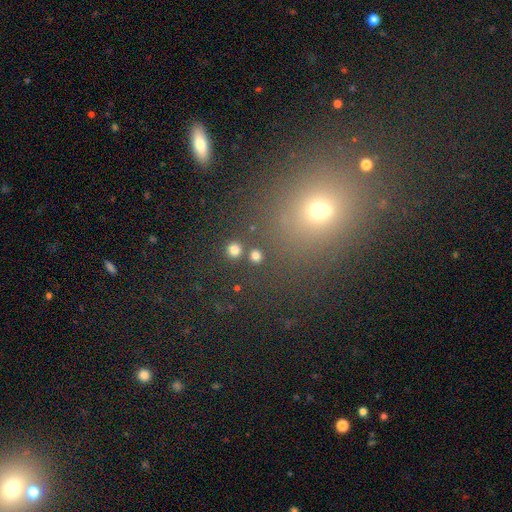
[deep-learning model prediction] A smooth galaxy with no disk features (79%) that is round (92%). Merging: none (86%).